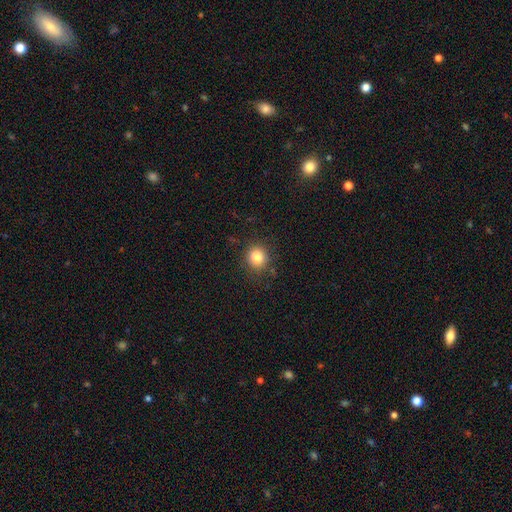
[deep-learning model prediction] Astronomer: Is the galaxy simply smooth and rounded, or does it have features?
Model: smooth — 82%.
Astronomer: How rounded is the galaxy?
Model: round — 85%.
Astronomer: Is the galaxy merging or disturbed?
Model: none — 87%.